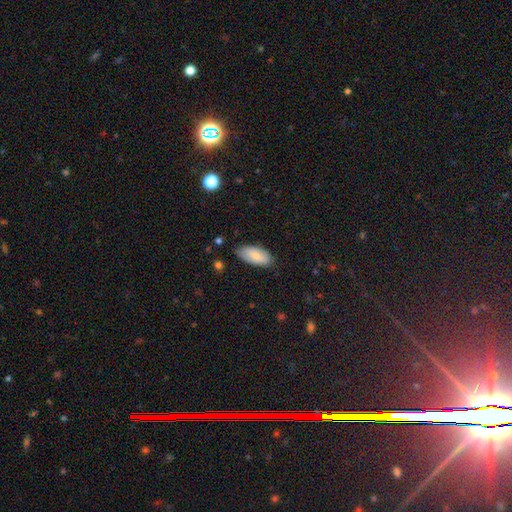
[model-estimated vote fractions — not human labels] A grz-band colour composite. It shows a smooth galaxy with no disk features (79%) that is in between round and cigar-shaped (91%). Merging: none (75%).